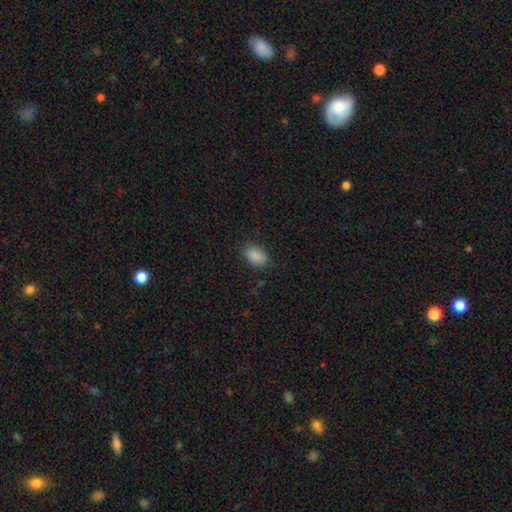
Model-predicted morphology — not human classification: This appears to be a smooth galaxy with no disk features (89%) that is in between round and cigar-shaped (89%). Merging: none (84%).